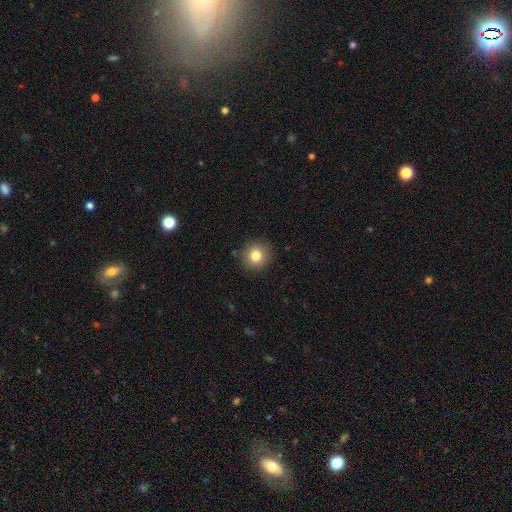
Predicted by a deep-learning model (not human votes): Smooth or featured? Predicted: smooth (p=0.81). How rounded? Predicted: round (p=0.92). Merging? Predicted: none (p=0.90).